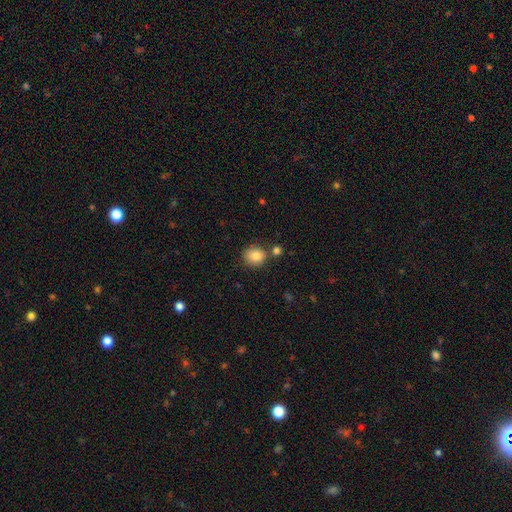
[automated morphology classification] Smooth or featured: smooth — 85% (star or artifact — 9%)
How rounded: round — 75% (in between — 25%)
Merging: none — 72% (minor disturbance — 12%)